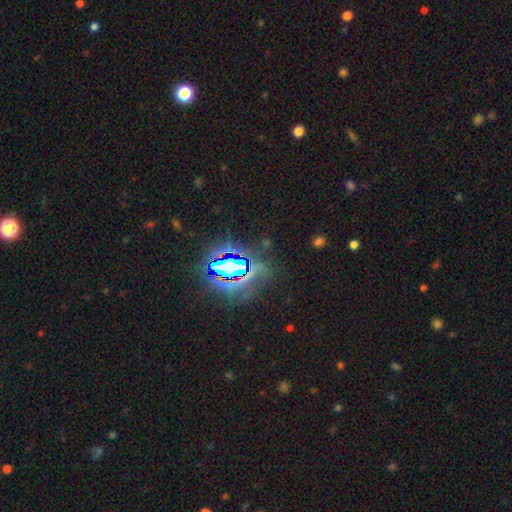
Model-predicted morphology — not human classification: A star or artifact, not a galaxy (82%).

Vote fractions:
- Smooth or featured? star or artifact: 82% / smooth: 10% / featured or disk: 7%